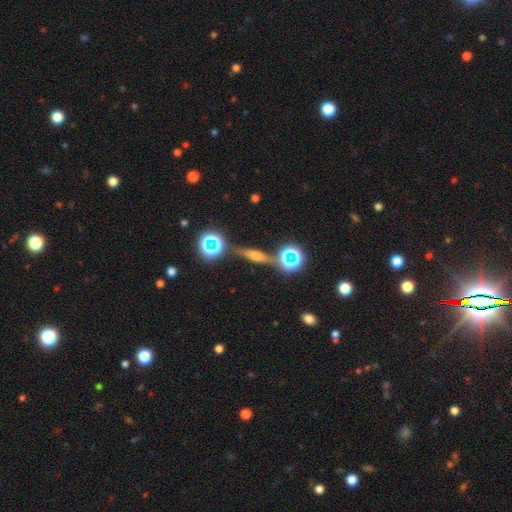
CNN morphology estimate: smooth-or-featured: featured or disk: 54% | smooth: 25% | star or artifact: 21%
  disk-edge-on: yes: 90% | no: 10%
  merging: none: 81% | minor disturbance: 9% | merger: 6% | major disturbance: 3%